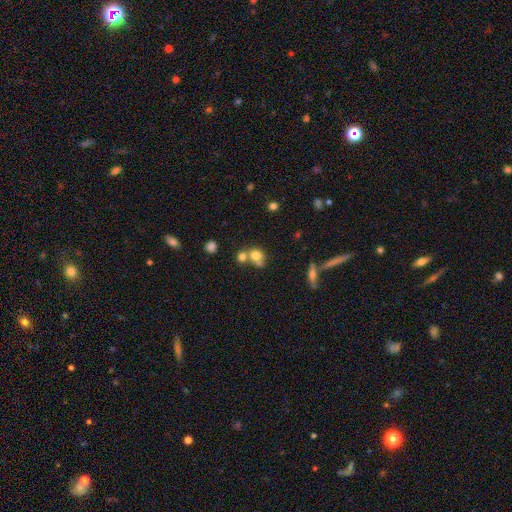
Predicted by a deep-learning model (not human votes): Smooth or featured?
  - smooth: 74% *
  - featured or disk: 14%
  - star or artifact: 12%
How rounded?
  - round: 73% *
  - in between: 25%
  - cigar-shaped: 2%
Merging?
  - merger: 46% *
  - none: 38%
  - minor disturbance: 10%
  - major disturbance: 5%